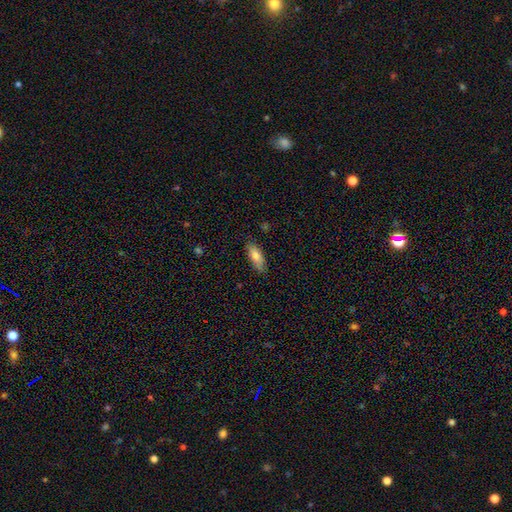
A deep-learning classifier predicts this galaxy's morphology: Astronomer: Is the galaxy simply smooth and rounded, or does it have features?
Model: smooth — 77%.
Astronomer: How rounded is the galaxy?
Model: in between — 73%.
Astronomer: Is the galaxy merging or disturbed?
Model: none — 81%.